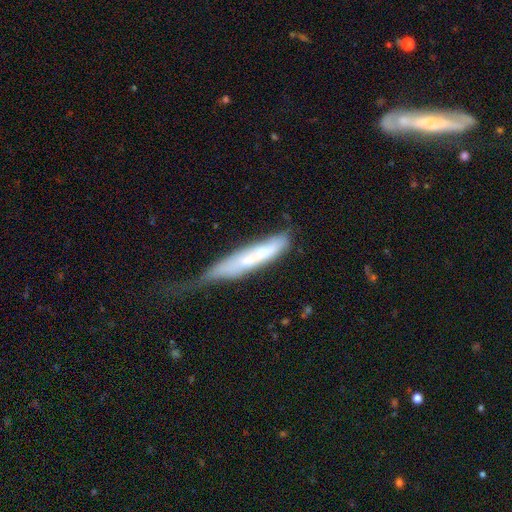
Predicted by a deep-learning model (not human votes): This appears to be a smooth galaxy with no disk features (50%). Merging: minor disturbance (35%).